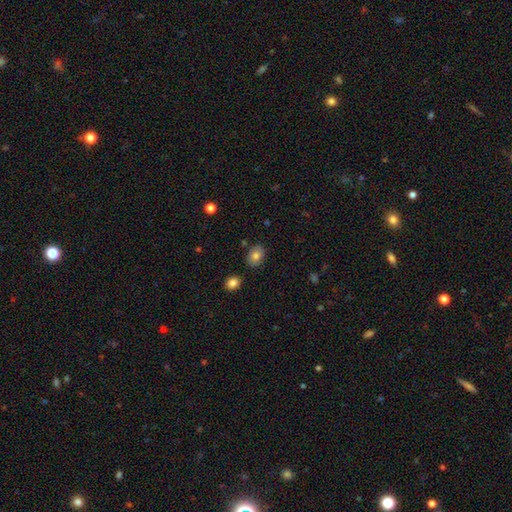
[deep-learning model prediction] smooth-or-featured: smooth: 79% | featured or disk: 12% | star or artifact: 9%
  how-rounded: in between: 75% | round: 24% | cigar-shaped: 1%
  merging: none: 82% | minor disturbance: 12% | merger: 3% | major disturbance: 2%